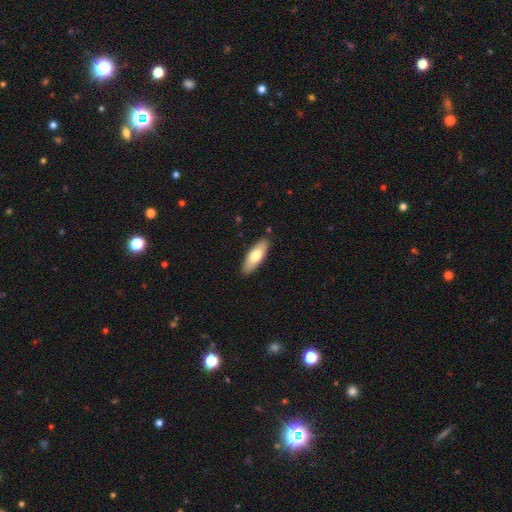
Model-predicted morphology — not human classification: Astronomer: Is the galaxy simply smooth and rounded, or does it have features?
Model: smooth — 70%.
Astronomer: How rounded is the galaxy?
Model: in between — 69%.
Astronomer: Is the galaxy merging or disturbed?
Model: none — 88%.